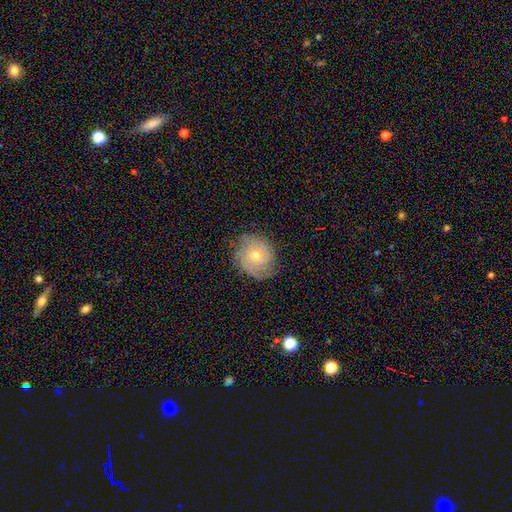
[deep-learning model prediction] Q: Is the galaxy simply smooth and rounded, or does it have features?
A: featured or disk — 63%.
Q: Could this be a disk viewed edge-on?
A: no — 97%.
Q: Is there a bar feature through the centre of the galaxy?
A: no — 77%.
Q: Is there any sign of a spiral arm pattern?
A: yes — 86%.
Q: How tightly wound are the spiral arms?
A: tight — 62%.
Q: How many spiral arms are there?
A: can't tell — 36%.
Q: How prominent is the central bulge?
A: moderate — 50%.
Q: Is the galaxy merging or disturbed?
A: none — 74%.